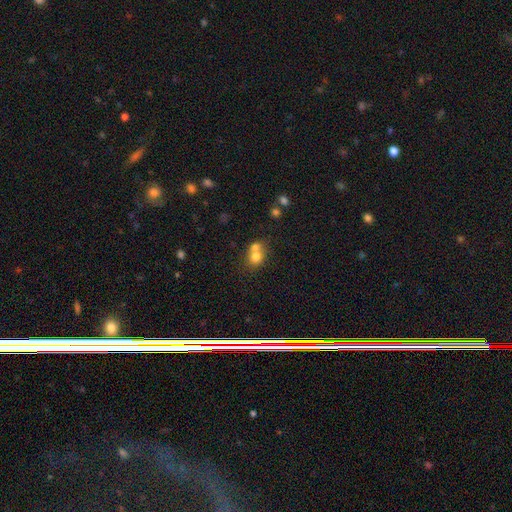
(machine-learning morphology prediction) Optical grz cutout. It shows a smooth galaxy with no disk features (74%) that is round (73%). Merging: merger (57%).